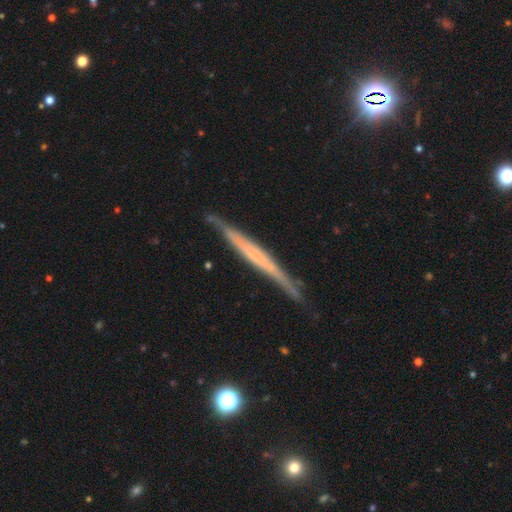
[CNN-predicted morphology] Smooth or featured? featured or disk (66%)
Edge-on disk? yes (96%)
Edge-on bulge? none (69%)
Merging? none (81%)